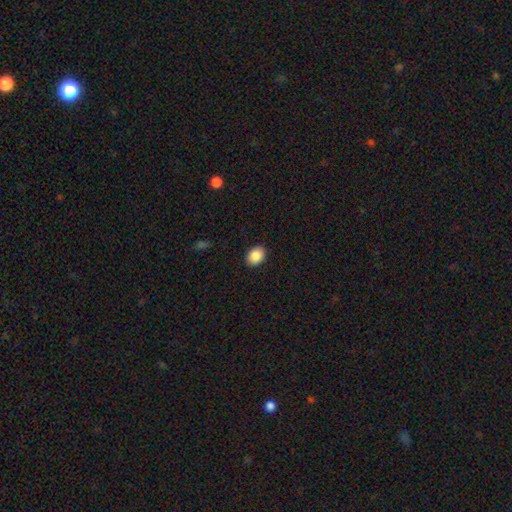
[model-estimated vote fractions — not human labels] smooth_or_featured: smooth (p=0.88) [alt: star or artifact p=0.08]
how_rounded: in between (p=0.69) [alt: round p=0.30]
merging: none (p=0.91) [alt: minor disturbance p=0.07]